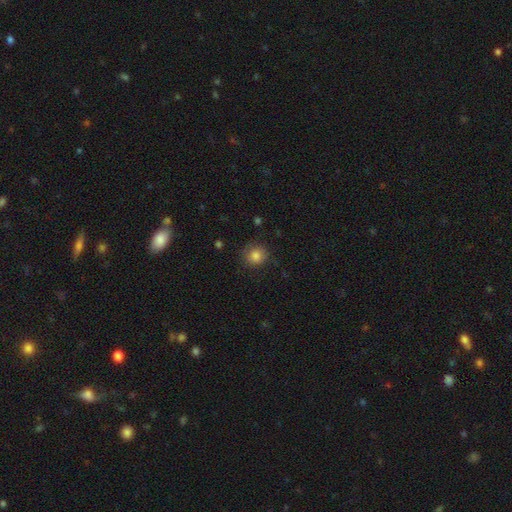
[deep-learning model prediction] smooth-or-featured: smooth: 83% | star or artifact: 11% | featured or disk: 6%
  how-rounded: round: 84% | in between: 15% | cigar-shaped: 1%
  merging: none: 82% | minor disturbance: 13% | major disturbance: 4% | merger: 1%